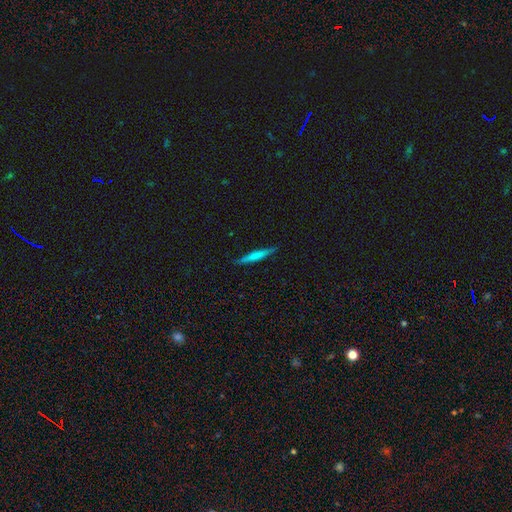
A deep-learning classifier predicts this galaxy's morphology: type=smooth (60%); roundness=cigar-shaped (94%); merging=none (88%).